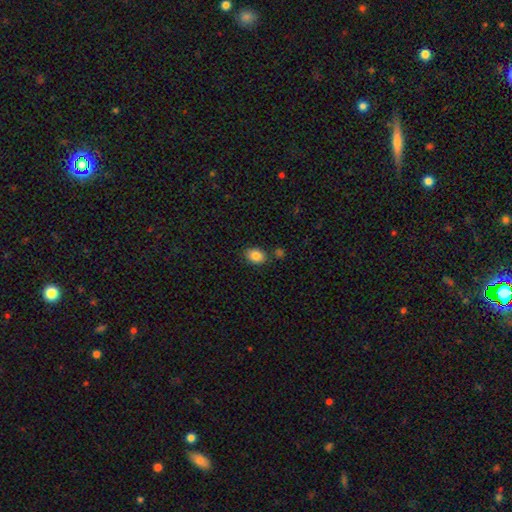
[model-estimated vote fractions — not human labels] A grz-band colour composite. It shows a smooth galaxy with no disk features (86%) that is in between round and cigar-shaped (69%). Merging: none (79%).